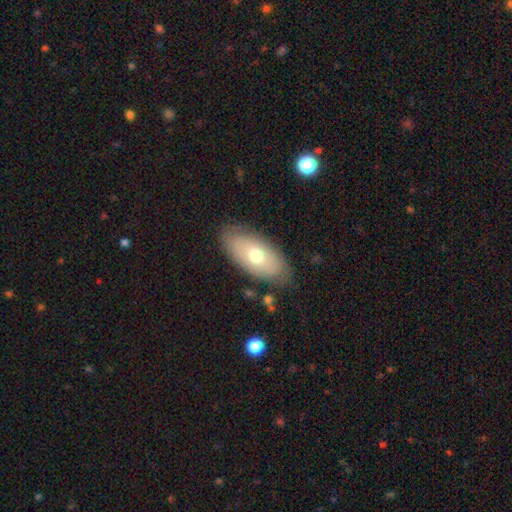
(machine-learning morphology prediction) Smooth or featured? Predicted: smooth (p=0.60). How rounded? Predicted: in between (p=0.92). Merging? Predicted: none (p=0.79).